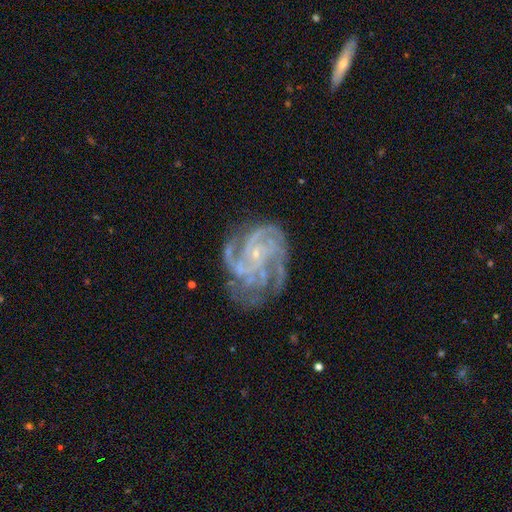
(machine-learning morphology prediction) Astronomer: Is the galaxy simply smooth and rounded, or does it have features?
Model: featured or disk — 89%.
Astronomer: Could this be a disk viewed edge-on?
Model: no — 98%.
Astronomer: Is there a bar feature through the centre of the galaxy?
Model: no — 70%.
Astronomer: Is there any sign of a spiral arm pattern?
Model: yes — 97%.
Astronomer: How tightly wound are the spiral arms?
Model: tight — 56% (runner-up: medium, 36%).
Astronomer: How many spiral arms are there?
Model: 4 — 34% (runner-up: 3, 22%).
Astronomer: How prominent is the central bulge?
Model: small — 85%.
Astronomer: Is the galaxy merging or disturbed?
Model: none — 63%.